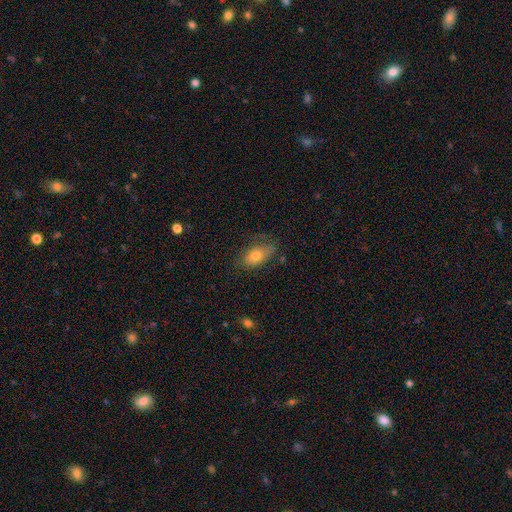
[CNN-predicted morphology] A smooth galaxy with no disk features (74%) that is in between round and cigar-shaped (87%). Merging: none (64%).